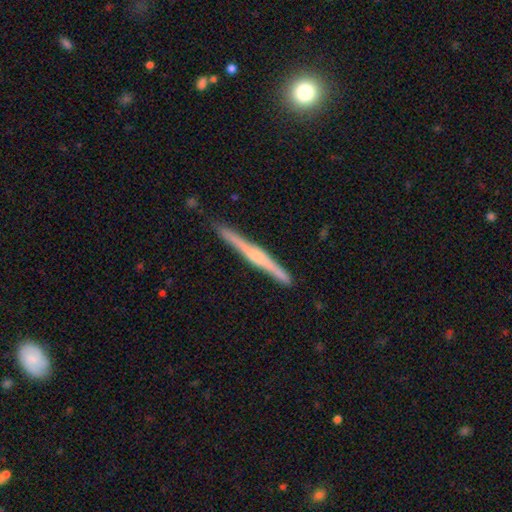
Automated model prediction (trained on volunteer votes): Smooth or featured?
  - featured or disk: 71% *
  - smooth: 24%
  - star or artifact: 5%
Edge-on disk?
  - yes: 98% *
  - no: 2%
Edge-on bulge?
  - rounded: 64% *
  - none: 23%
  - boxy: 13%
Merging?
  - none: 88% *
  - minor disturbance: 9%
  - major disturbance: 1%
  - merger: 1%